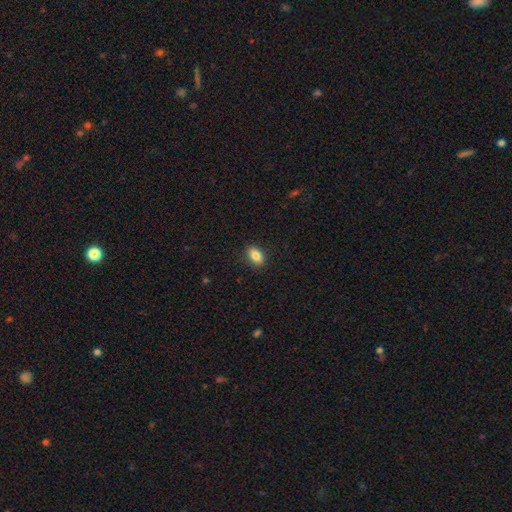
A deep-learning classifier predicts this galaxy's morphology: Smooth or featured: smooth — 84% (star or artifact — 8%)
How rounded: in between — 87% (round — 10%)
Merging: none — 88% (minor disturbance — 9%)